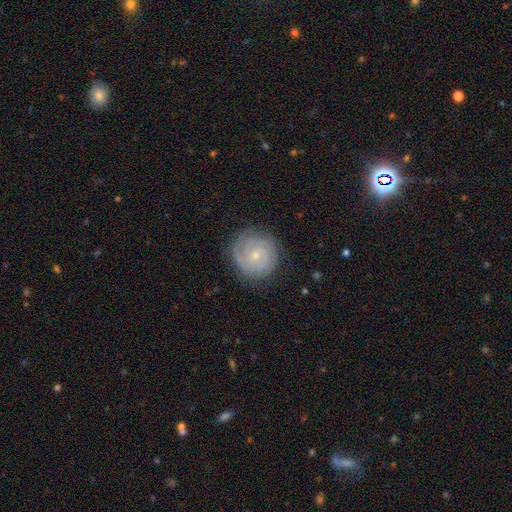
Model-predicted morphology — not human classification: type=featured or disk (81%); edge-on=no (98%); bar=no (69%); spiral arms=yes (96%); winding=tight (80%); arm count=2 (47%); bulge=small (70%); merging=none (84%).